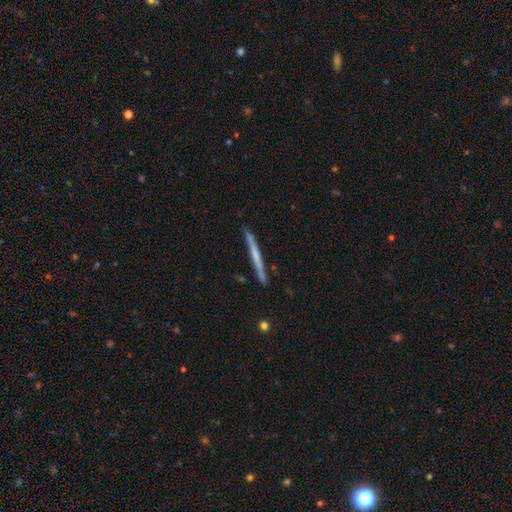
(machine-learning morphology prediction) Q: Smooth or featured?
A: featured or disk (53%); runner-up: smooth (42%)
Q: Edge-on disk?
A: yes (97%); runner-up: no (3%)
Q: Edge-on bulge?
A: none (77%); runner-up: rounded (17%)
Q: Merging?
A: none (88%); runner-up: minor disturbance (9%)